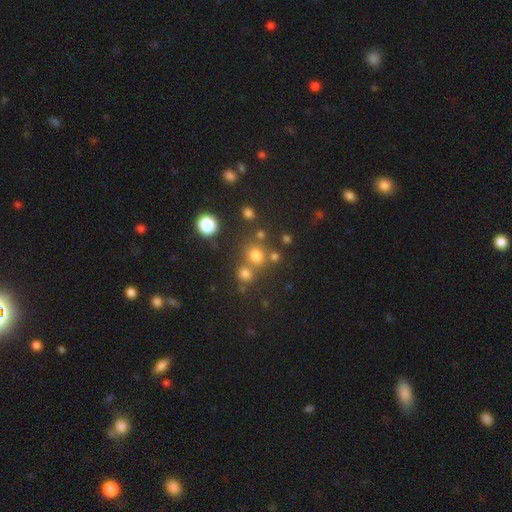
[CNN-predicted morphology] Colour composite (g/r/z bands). It shows a smooth galaxy with no disk features (71%) that is round (88%). Merging: none (66%).